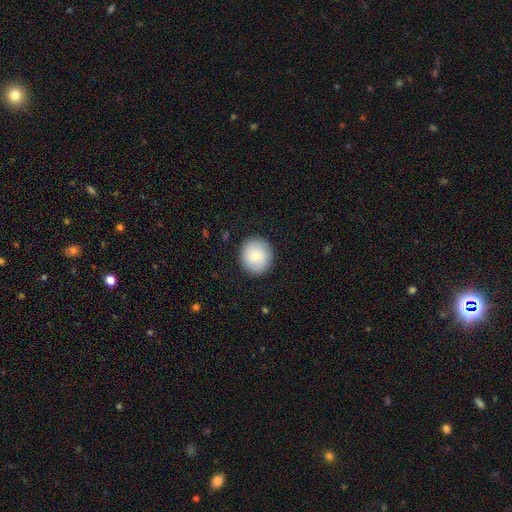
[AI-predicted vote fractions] The model was most divided on "smooth or featured": smooth: 77%, featured or disk: 15%, star or artifact: 7%. More confident: merging — none (89%); how rounded — round (85%).